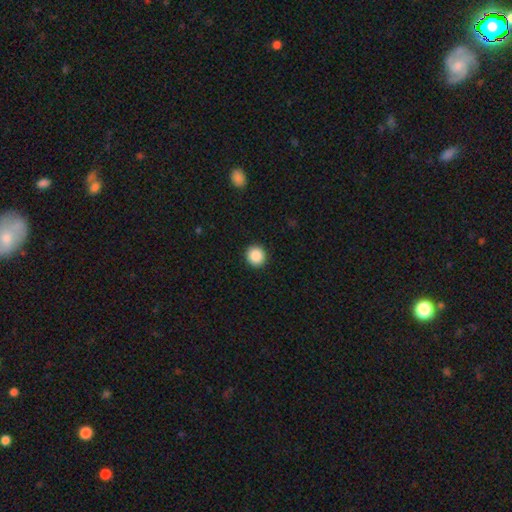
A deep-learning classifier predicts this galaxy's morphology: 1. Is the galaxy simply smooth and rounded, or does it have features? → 88% smooth, 9% star or artifact, 3% featured or disk.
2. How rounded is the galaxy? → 91% round, 8% in between, 1% cigar-shaped.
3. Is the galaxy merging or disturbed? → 92% none, 5% minor disturbance, 2% major disturbance, 1% merger.